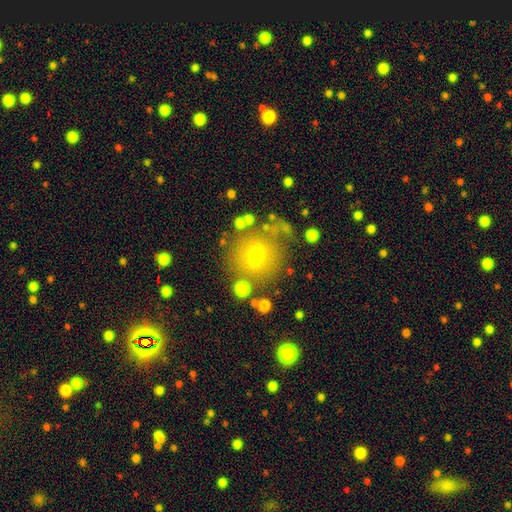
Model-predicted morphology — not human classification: smooth 53%, featured or disk 31%, star or artifact 15%. Down the decision tree: how rounded — round (80%); merging — none (67%).